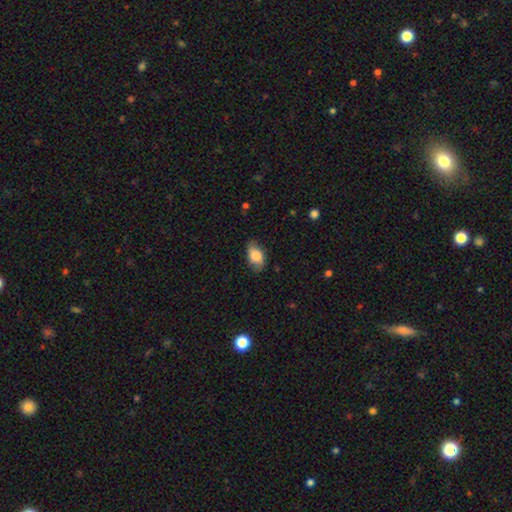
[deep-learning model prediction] This appears to be a smooth galaxy with no disk features (77%) that is in between round and cigar-shaped (90%). Merging: none (74%).